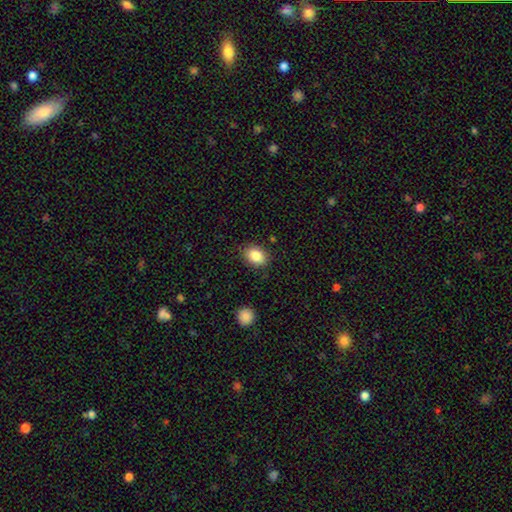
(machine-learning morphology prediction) Overall: smooth (86%). How rounded: in between (72%). Merging: none (86%).